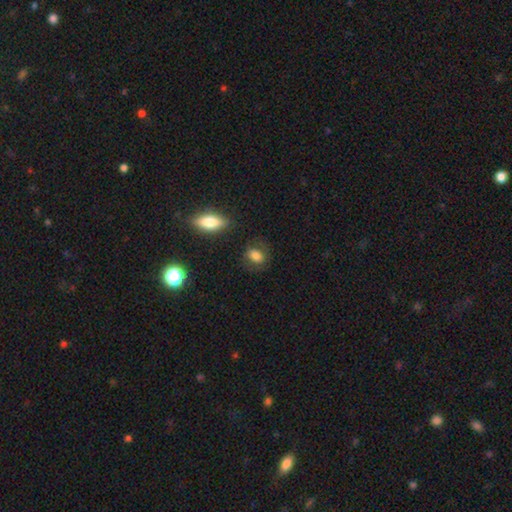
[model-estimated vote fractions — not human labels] Smooth or featured? smooth (76%)
How rounded? in between (68%)
Merging? none (73%)